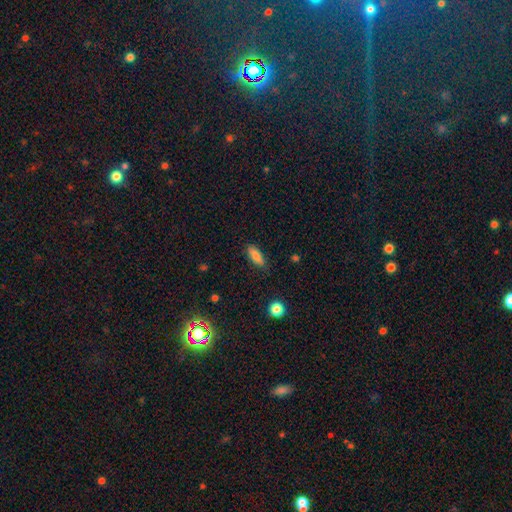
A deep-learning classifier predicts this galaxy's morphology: The model was most divided on "how rounded": in between: 64%, cigar-shaped: 34%, round: 2%. More confident: smooth or featured — smooth (82%); merging — none (82%).